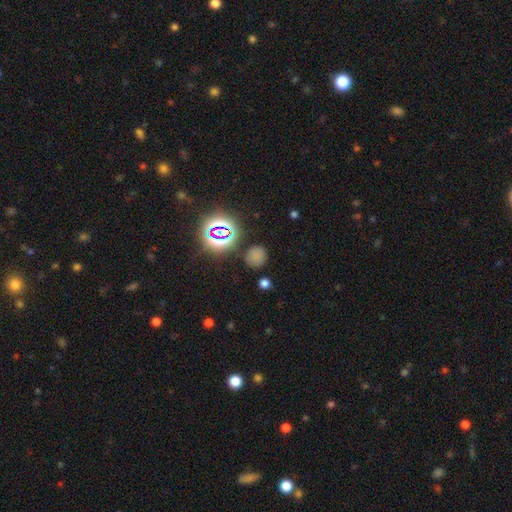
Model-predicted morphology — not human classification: Smooth or featured? smooth (67%)
How rounded? round (81%)
Merging? none (82%)